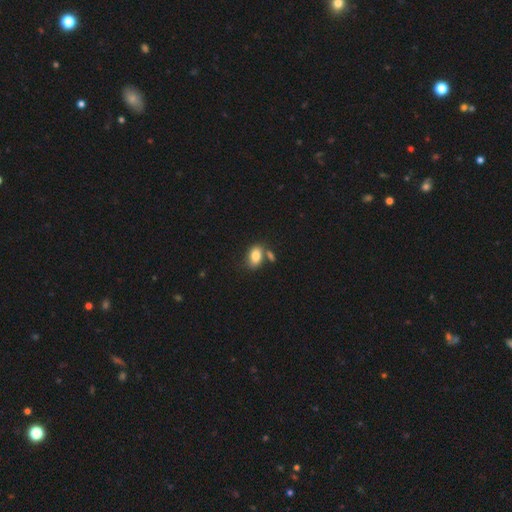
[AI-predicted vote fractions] Morphology: type=smooth (83%); roundness=in between (85%); merging=none (56%).